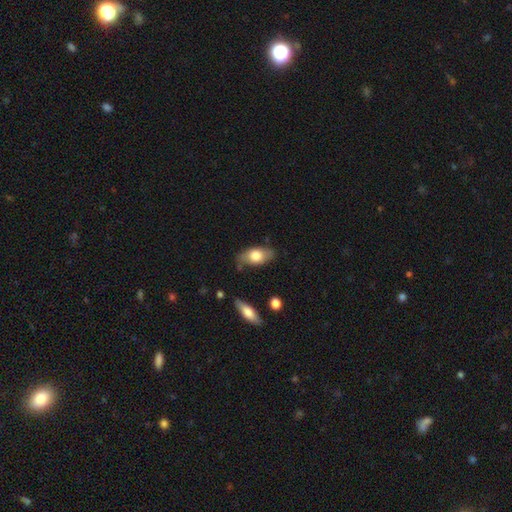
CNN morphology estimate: smooth 71%, featured or disk 23%, star or artifact 6%. Down the decision tree: how rounded — in between (90%); merging — none (76%).